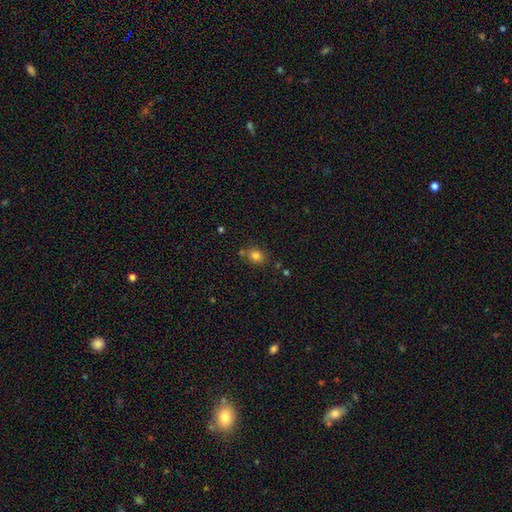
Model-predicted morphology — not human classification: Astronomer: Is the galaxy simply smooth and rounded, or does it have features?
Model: smooth — 81%.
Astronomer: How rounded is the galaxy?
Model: round — 51% (runner-up: in between, 48%).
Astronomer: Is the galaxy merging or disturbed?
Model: none — 73%.